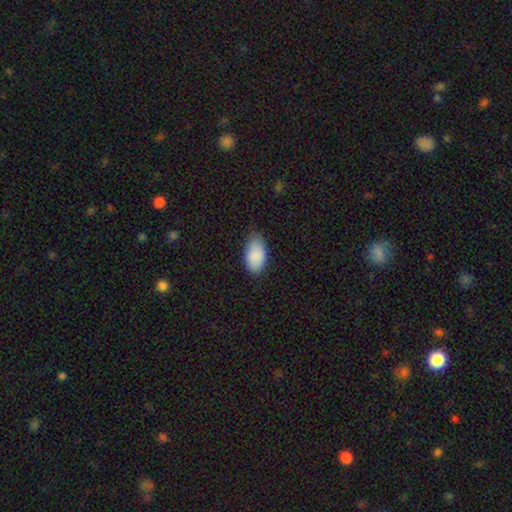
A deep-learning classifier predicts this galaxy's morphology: This appears to be a smooth galaxy with no disk features (89%) that is in between round and cigar-shaped (95%). Merging: none (73%).